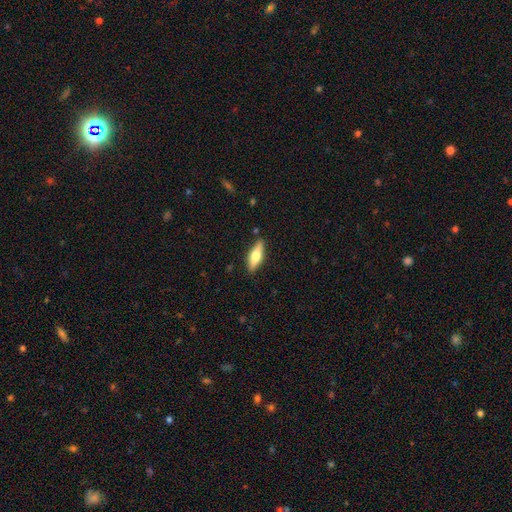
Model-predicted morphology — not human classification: Smooth or featured? Predicted: smooth (p=0.54). How rounded? Predicted: in between (p=0.52). Merging? Predicted: none (p=0.86).